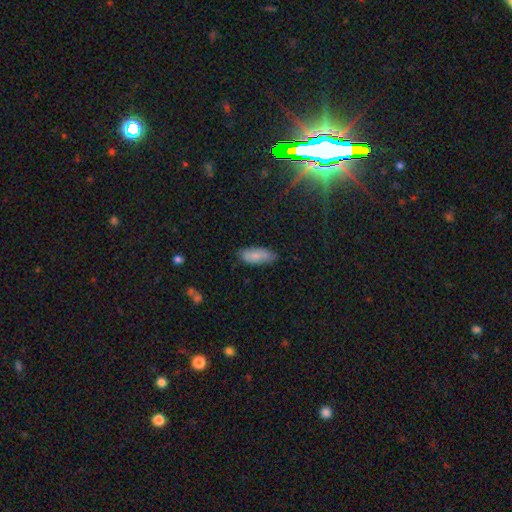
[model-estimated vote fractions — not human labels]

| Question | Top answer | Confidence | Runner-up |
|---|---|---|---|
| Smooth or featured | smooth | 75% | featured or disk (18%) |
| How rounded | in between | 83% | cigar-shaped (15%) |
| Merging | none | 75% | minor disturbance (20%) |